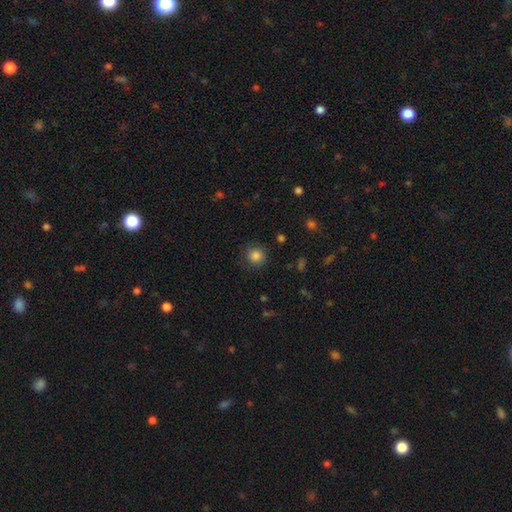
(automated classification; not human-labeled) A smooth galaxy with no disk features (84%) that is round (91%). Merging: none (84%).